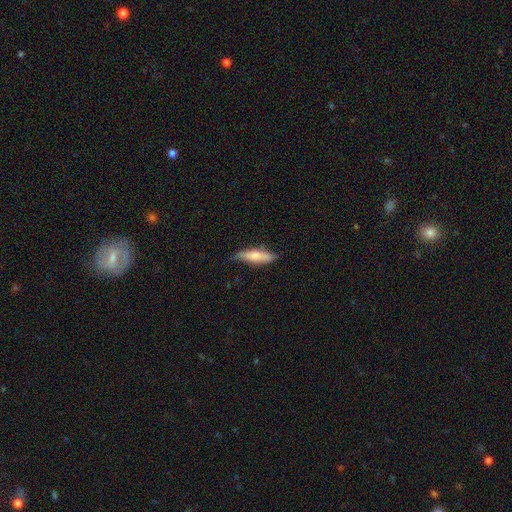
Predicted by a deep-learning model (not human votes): This appears to be a smooth galaxy with no disk features (65%) that is cigar-shaped (70%). Merging: none (75%).